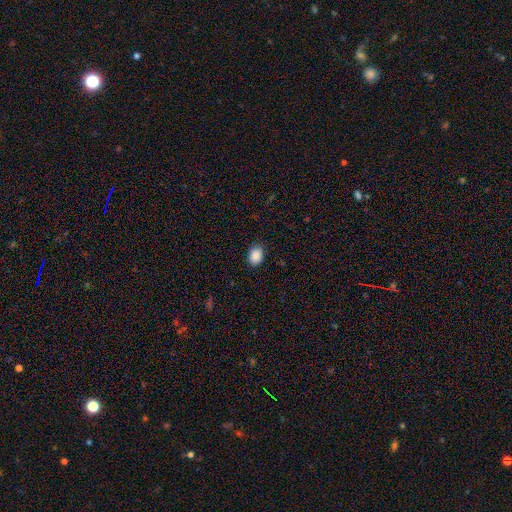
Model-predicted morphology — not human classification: Smooth or featured? smooth (89%)
How rounded? in between (65%)
Merging? none (85%)